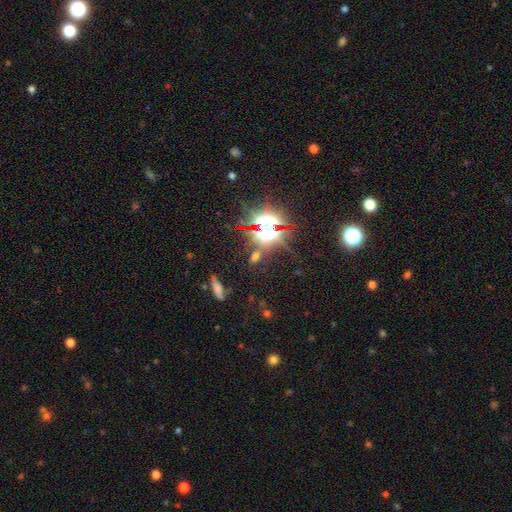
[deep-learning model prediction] Smooth or featured: star or artifact — 64% (smooth — 27%)